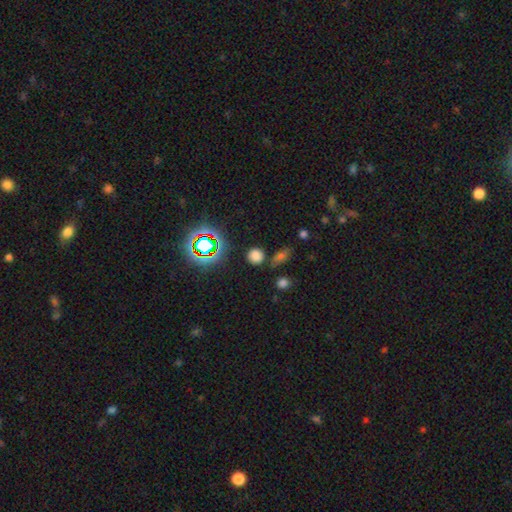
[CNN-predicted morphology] Q: Smooth or featured?
A: smooth (71%); runner-up: star or artifact (23%)
Q: How rounded?
A: round (84%); runner-up: in between (14%)
Q: Merging?
A: none (82%); runner-up: minor disturbance (10%)